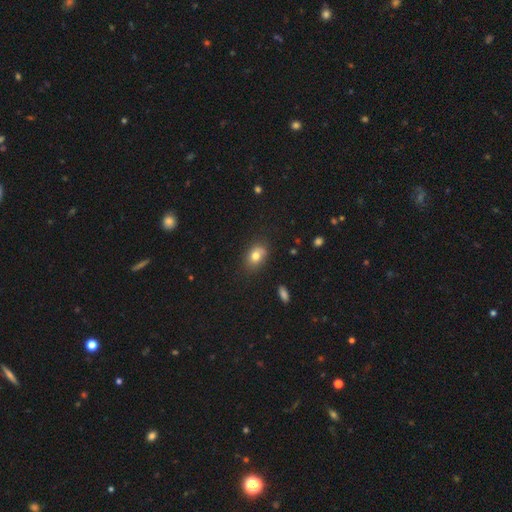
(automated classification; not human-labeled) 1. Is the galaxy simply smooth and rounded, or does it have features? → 78% smooth, 12% featured or disk, 10% star or artifact.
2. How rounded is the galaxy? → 71% in between, 28% round, 2% cigar-shaped.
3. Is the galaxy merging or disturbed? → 71% none, 21% minor disturbance, 5% major disturbance, 3% merger.